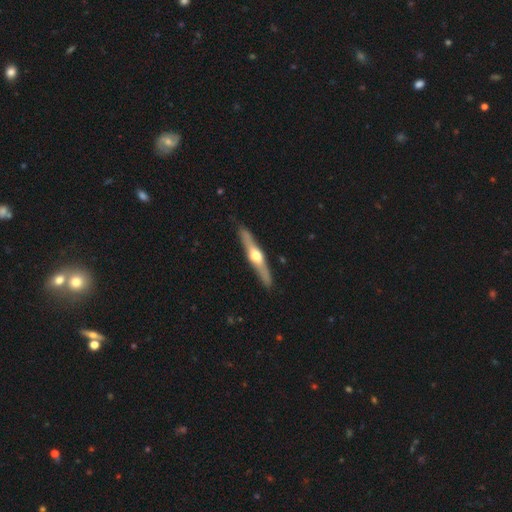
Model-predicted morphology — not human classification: type=featured or disk (68%); edge-on=yes (96%); edge-on bulge=rounded (94%); merging=none (89%).